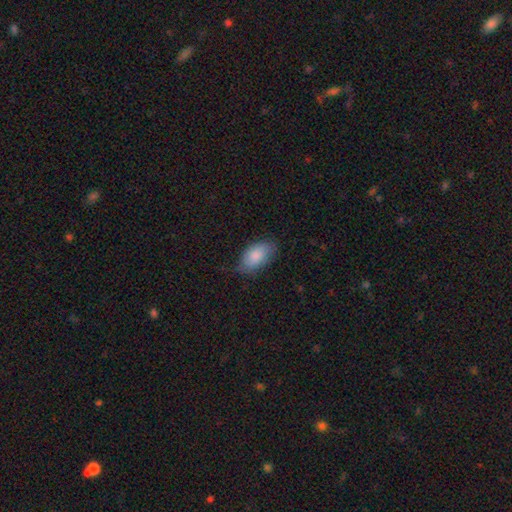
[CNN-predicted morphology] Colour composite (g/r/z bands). It shows a smooth galaxy with no disk features (84%) that is in between round and cigar-shaped (94%). Merging: none (71%).